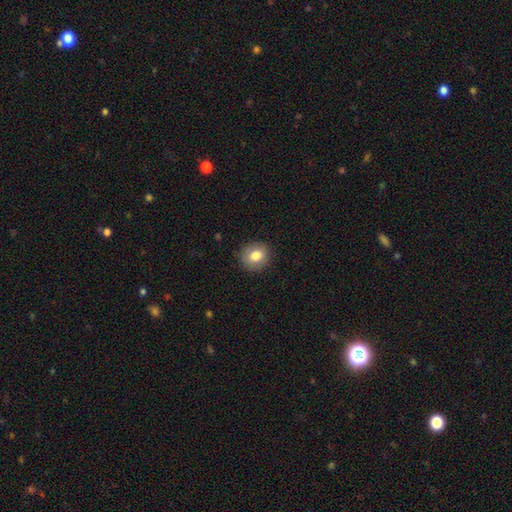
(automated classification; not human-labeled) Smooth or featured?
  - smooth: 81% *
  - featured or disk: 10%
  - star or artifact: 9%
How rounded?
  - round: 78% *
  - in between: 21%
  - cigar-shaped: 1%
Merging?
  - none: 87% *
  - minor disturbance: 9%
  - major disturbance: 2%
  - merger: 1%